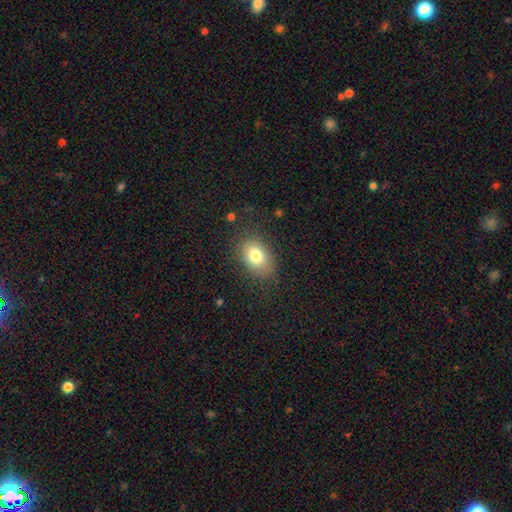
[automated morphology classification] Q: Smooth or featured?
A: smooth (79%); runner-up: featured or disk (11%)
Q: How rounded?
A: in between (75%); runner-up: round (24%)
Q: Merging?
A: none (81%); runner-up: minor disturbance (13%)